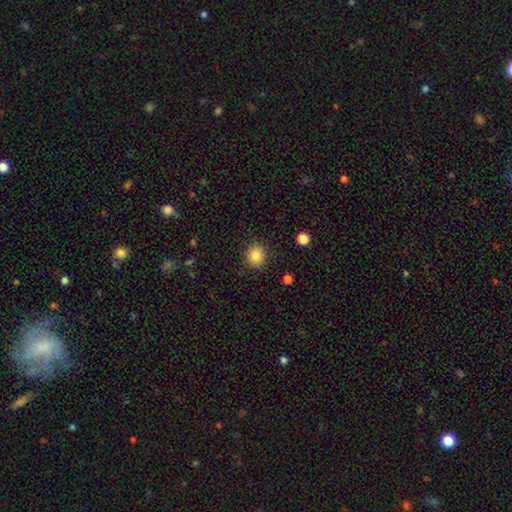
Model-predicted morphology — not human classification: smooth 85%, star or artifact 10%, featured or disk 5%. Down the decision tree: how rounded — round (77%); merging — none (88%).